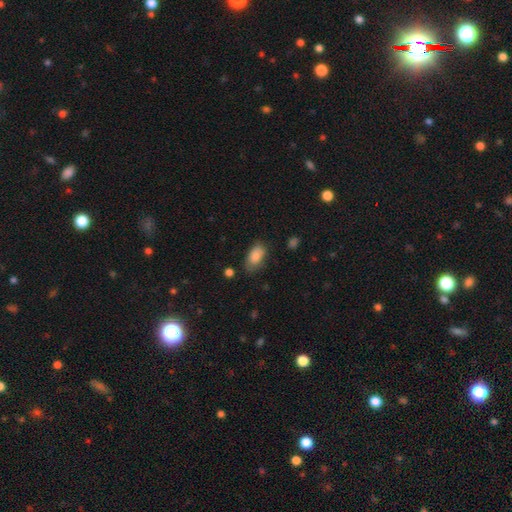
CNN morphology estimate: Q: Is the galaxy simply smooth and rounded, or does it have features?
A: smooth — 85%.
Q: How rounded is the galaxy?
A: in between — 92%.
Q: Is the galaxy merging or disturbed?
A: none — 69%.